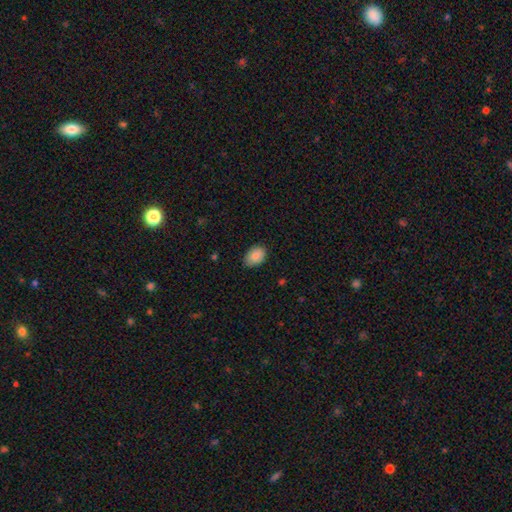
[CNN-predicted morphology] Smooth or featured: smooth — 88% (star or artifact — 7%)
How rounded: in between — 84% (round — 15%)
Merging: none — 79% (minor disturbance — 17%)